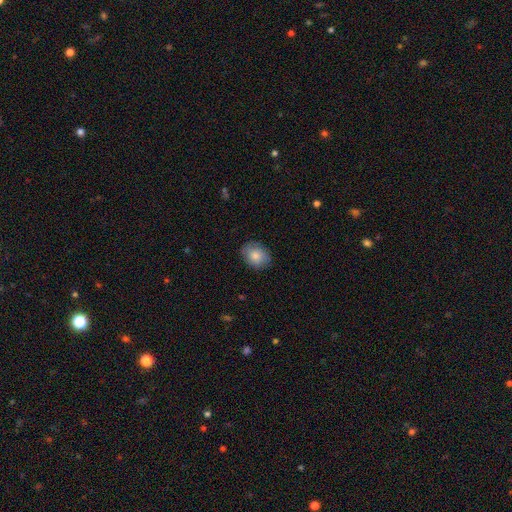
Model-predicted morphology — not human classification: Smooth or featured: smooth — 81% (featured or disk — 12%)
How rounded: in between — 60% (round — 39%)
Merging: none — 82% (minor disturbance — 14%)